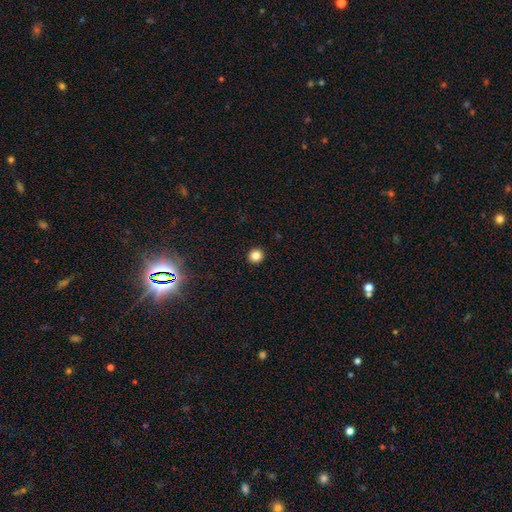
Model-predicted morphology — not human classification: This appears to be a smooth galaxy with no disk features (83%) that is round (91%). Merging: none (93%).